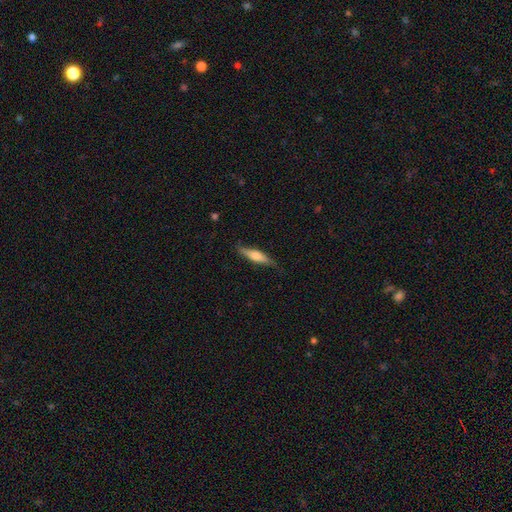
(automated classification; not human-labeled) smooth 51%, featured or disk 43%, star or artifact 6%. Down the decision tree: how rounded — cigar-shaped (76%); merging — none (75%).